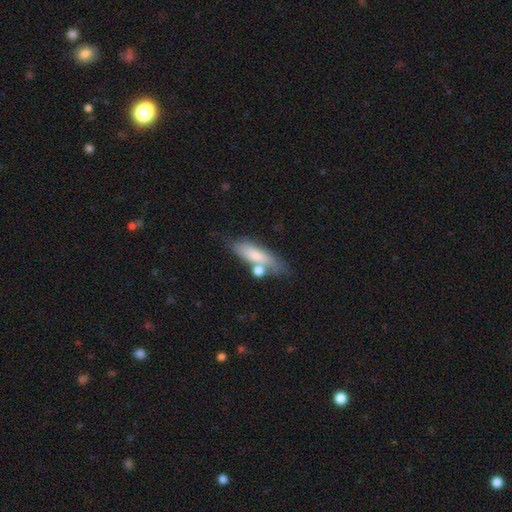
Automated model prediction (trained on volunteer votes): smooth_or_featured: smooth (p=0.71) [alt: featured or disk p=0.21]
how_rounded: in between (p=0.48) [tied with: cigar-shaped p=0.48]
merging: none (p=0.54) [alt: minor disturbance p=0.21]